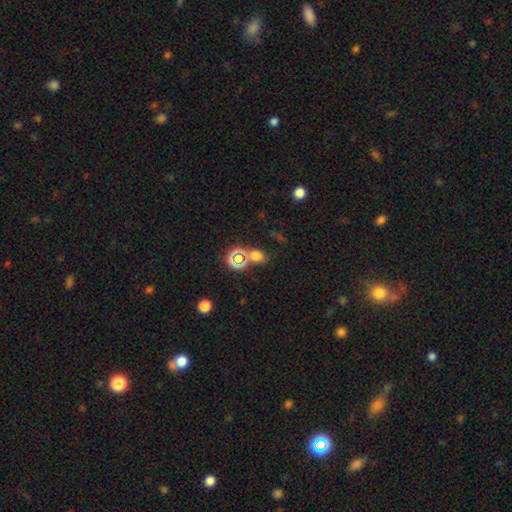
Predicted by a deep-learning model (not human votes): This appears to be a smooth galaxy with no disk features (56%) that is round (53%). Merging: none (65%).